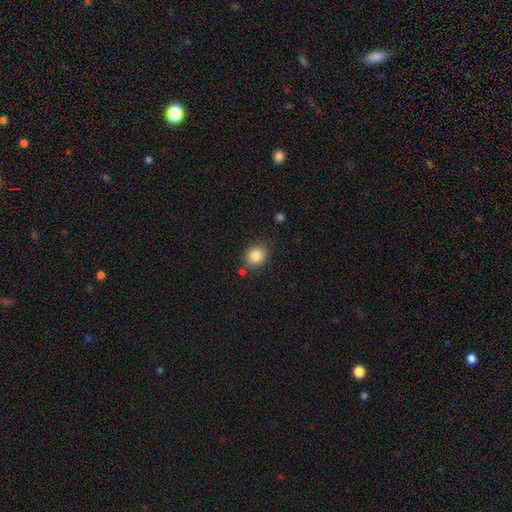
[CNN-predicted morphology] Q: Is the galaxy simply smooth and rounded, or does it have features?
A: smooth — 86%.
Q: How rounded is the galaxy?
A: round — 64%.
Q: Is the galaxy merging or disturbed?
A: none — 80%.